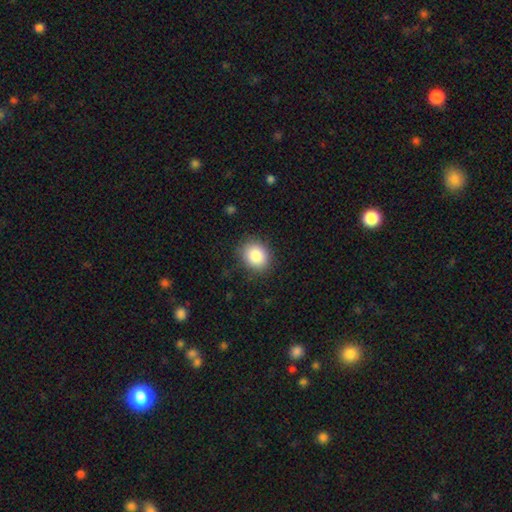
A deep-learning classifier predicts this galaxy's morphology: The model was most divided on "how rounded": round: 67%, in between: 32%, cigar-shaped: 1%. More confident: smooth or featured — smooth (86%); merging — none (86%).